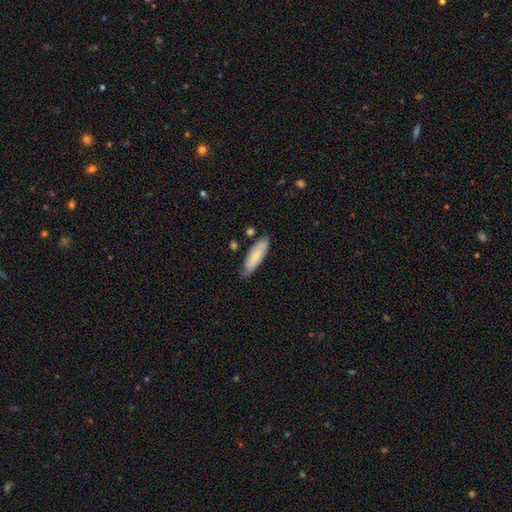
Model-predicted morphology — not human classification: This appears to be a smooth galaxy with no disk features (77%) that is cigar-shaped (51%). Merging: none (75%).